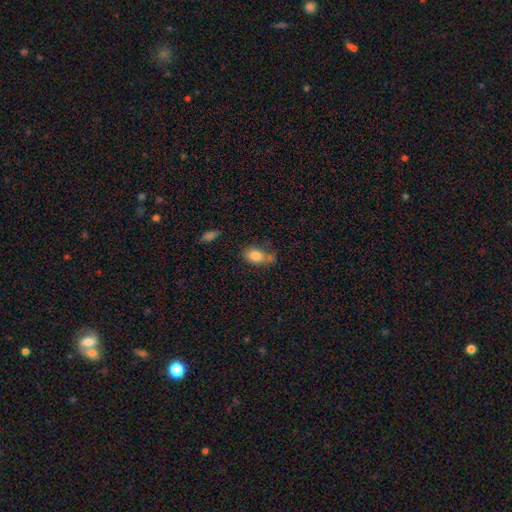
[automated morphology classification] This is clearly a smooth galaxy (82%). How rounded: likely in between (79%). Merging: possibly none (45%).